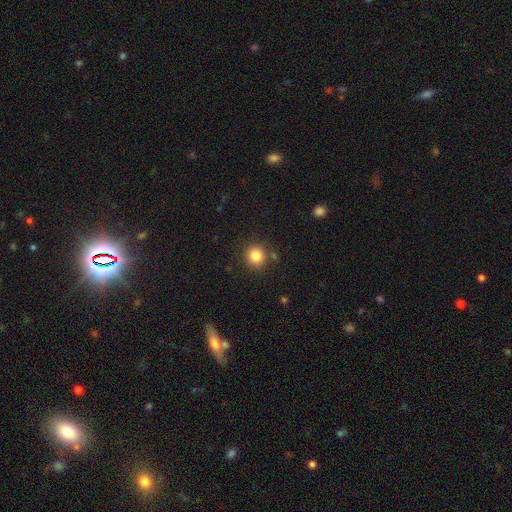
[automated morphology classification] smooth-or-featured: smooth: 83% | star or artifact: 11% | featured or disk: 5%
  how-rounded: round: 91% | in between: 8% | cigar-shaped: 1%
  merging: none: 85% | minor disturbance: 9% | merger: 4% | major disturbance: 3%